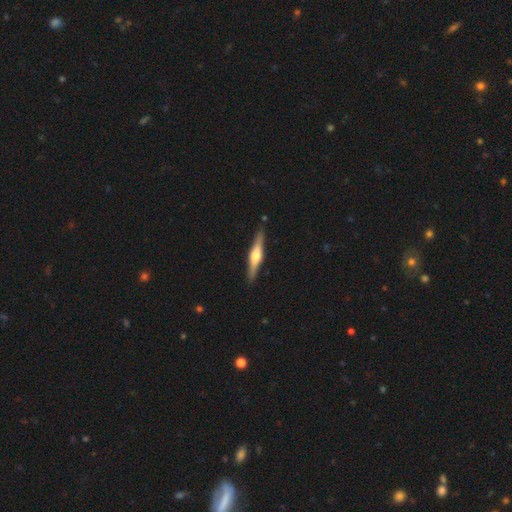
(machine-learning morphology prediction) Q: Smooth or featured?
A: featured or disk (71%); runner-up: smooth (24%)
Q: Edge-on disk?
A: yes (98%); runner-up: no (2%)
Q: Edge-on bulge?
A: rounded (91%); runner-up: boxy (7%)
Q: Merging?
A: none (89%); runner-up: minor disturbance (8%)